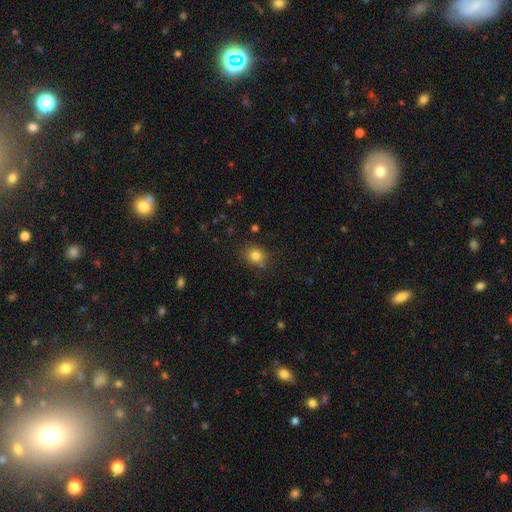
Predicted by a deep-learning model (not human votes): This is clearly a smooth galaxy (82%). How rounded: likely round (71%). Merging: likely none (80%).